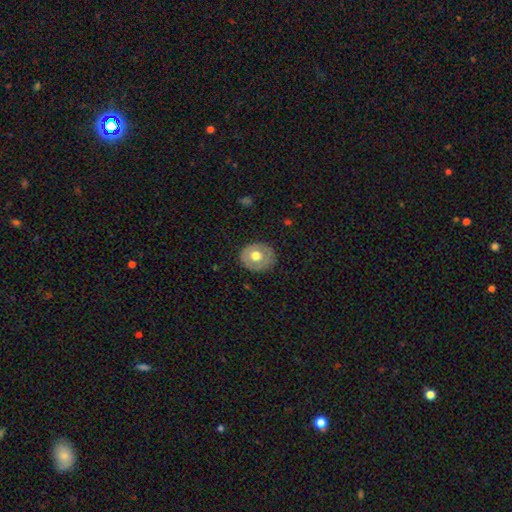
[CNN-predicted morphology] Smooth or featured? Predicted: smooth (p=0.59). How rounded? Predicted: round (p=0.69). Merging? Predicted: none (p=0.85).